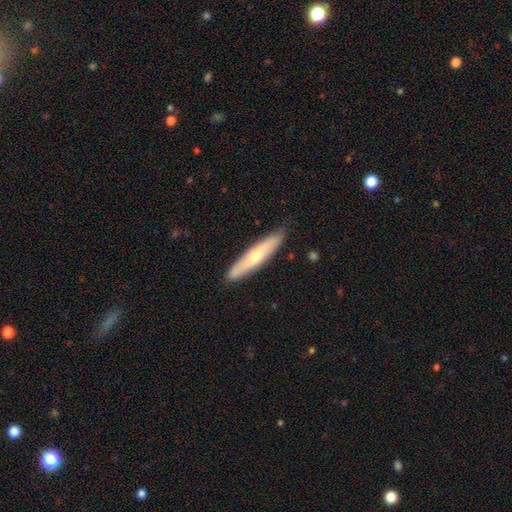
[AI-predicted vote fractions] Smooth or featured: smooth — 58% (featured or disk — 37%)
How rounded: cigar-shaped — 86% (in between — 13%)
Merging: none — 87% (minor disturbance — 10%)